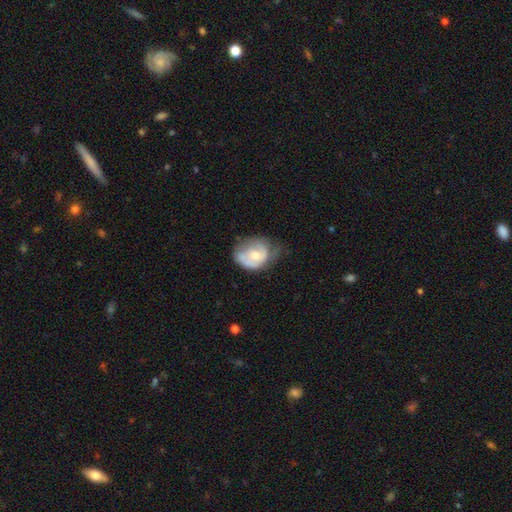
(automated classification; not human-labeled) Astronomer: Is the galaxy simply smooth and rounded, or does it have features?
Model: featured or disk — 51% (runner-up: smooth, 43%).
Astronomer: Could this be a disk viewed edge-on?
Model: no — 97%.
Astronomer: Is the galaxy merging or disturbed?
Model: minor disturbance — 36% (runner-up: none, 35%).